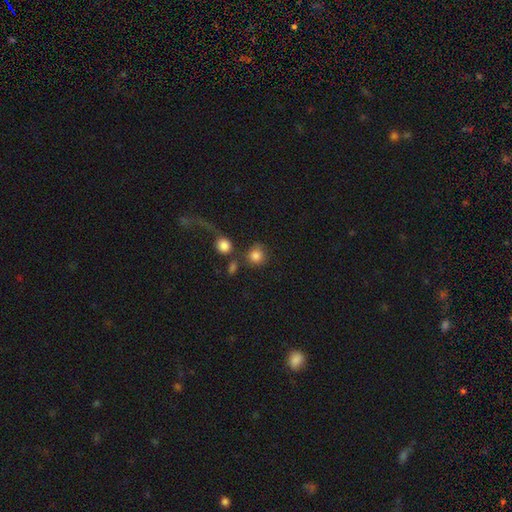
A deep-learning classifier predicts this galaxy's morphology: Smooth or featured? Predicted: smooth (p=0.83). How rounded? Predicted: round (p=0.89). Merging? Predicted: none (p=0.60).